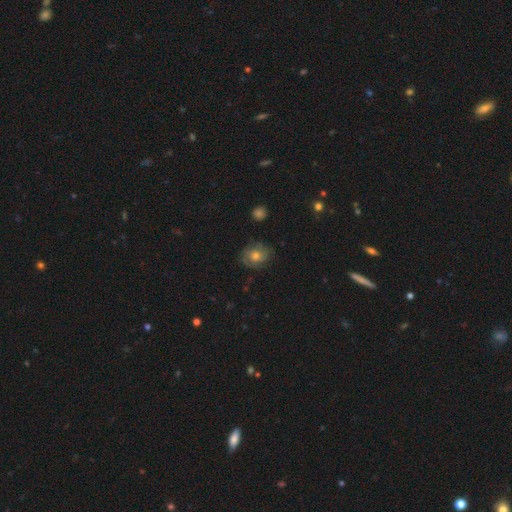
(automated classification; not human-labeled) Smooth or featured? smooth (45%)
Merging? none (77%)